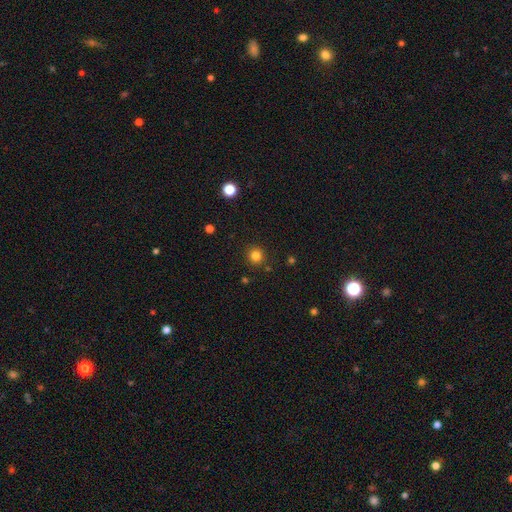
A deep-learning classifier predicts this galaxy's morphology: This appears to be a smooth galaxy with no disk features (82%) that is round (93%). Merging: none (89%).